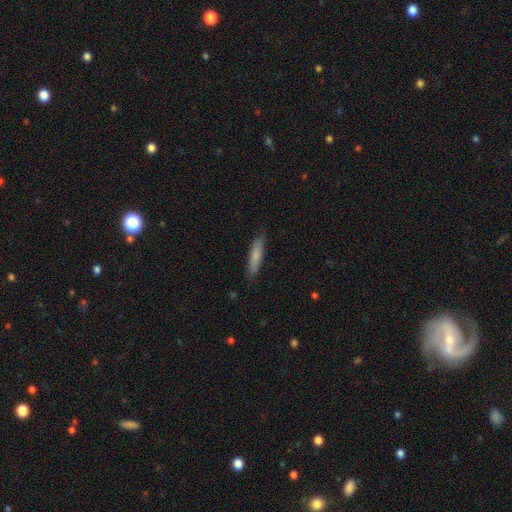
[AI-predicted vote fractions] Overall: smooth (77%). How rounded: cigar-shaped (80%). Merging: none (83%).